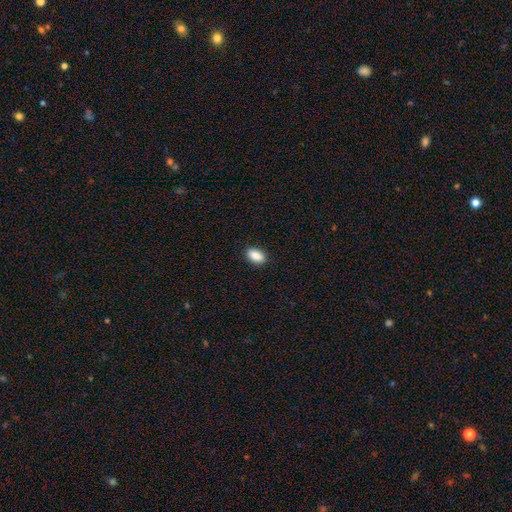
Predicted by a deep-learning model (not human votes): Q: Smooth or featured?
A: smooth (89%); runner-up: star or artifact (7%)
Q: How rounded?
A: in between (91%); runner-up: round (6%)
Q: Merging?
A: none (90%); runner-up: minor disturbance (8%)